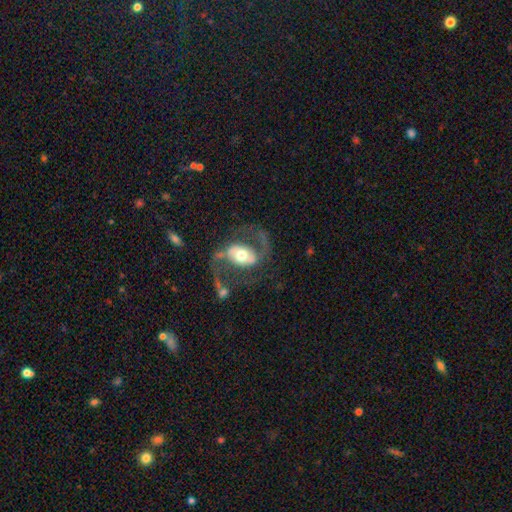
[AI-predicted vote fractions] smooth-or-featured: featured or disk: 87% | star or artifact: 7% | smooth: 6%
  disk-edge-on: no: 96% | yes: 4%
    bar: strong: 38% | weak: 35% | no: 27%
    has-spiral-arms: yes: 95% | no: 5%
      spiral-winding: medium: 56% | loose: 30% | tight: 14%
      spiral-arm-count: 2: 93% | can't tell: 2% | 1: 2% | 3: 1% | 4: 1% | more than 4: 1%
    bulge-size: moderate: 59% | large: 21% | small: 15% | dominant: 3% | none: 2%
  merging: none: 73% | minor disturbance: 12% | major disturbance: 11% | merger: 3%